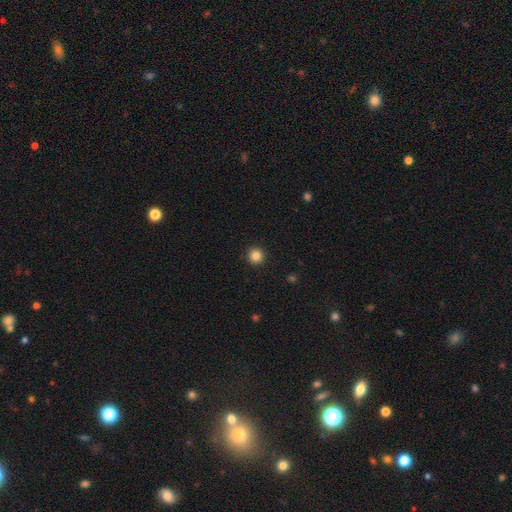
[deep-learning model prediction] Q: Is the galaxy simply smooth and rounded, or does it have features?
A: smooth — 85%.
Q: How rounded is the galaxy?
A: round — 96%.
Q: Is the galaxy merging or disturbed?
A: none — 93%.